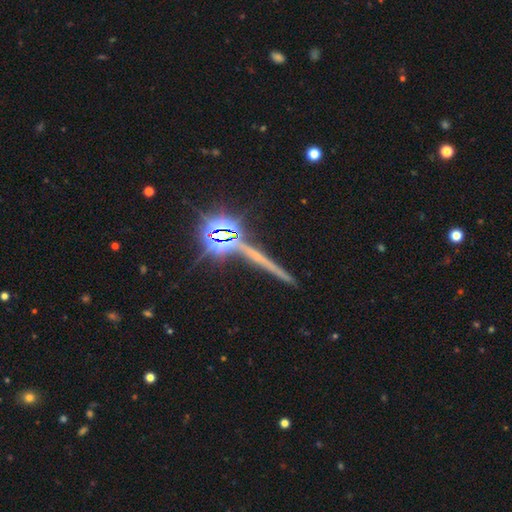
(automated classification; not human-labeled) A star or artifact, not a galaxy (48%).